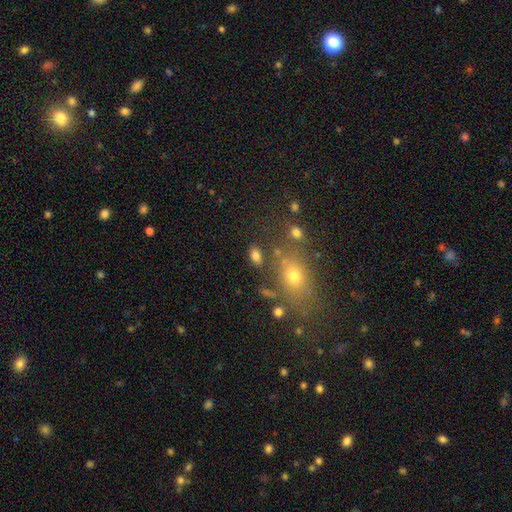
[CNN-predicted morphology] Overall: smooth (80%). How rounded: in between (86%). Merging: none (74%).